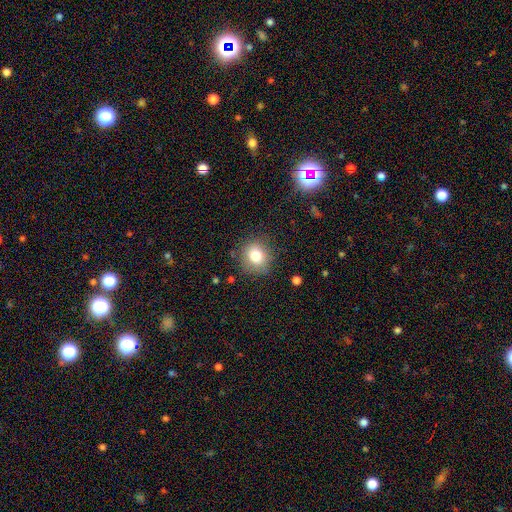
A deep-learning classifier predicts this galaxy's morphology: Overall: smooth (79%). How rounded: round (85%). Merging: none (84%).